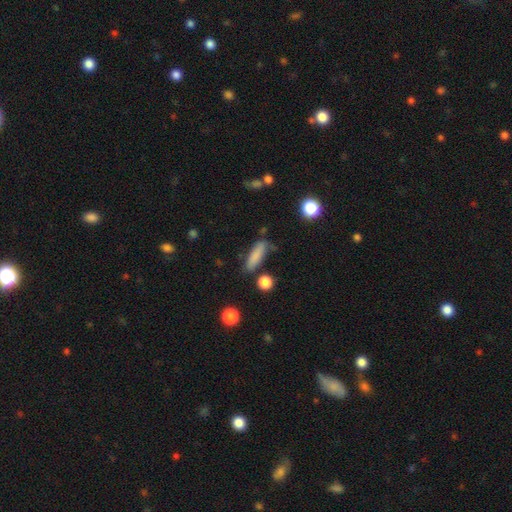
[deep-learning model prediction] Overall: smooth (81%). How rounded: cigar-shaped (58%; in between 38%). Merging: none (67%).